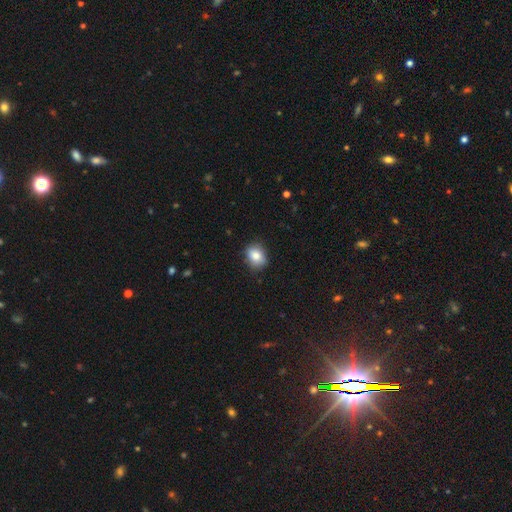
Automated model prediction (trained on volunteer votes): smooth-or-featured: smooth: 83% | star or artifact: 9% | featured or disk: 8%
  how-rounded: in between: 51% | round: 48% | cigar-shaped: 1%
  merging: none: 82% | minor disturbance: 15% | major disturbance: 3% | merger: 1%